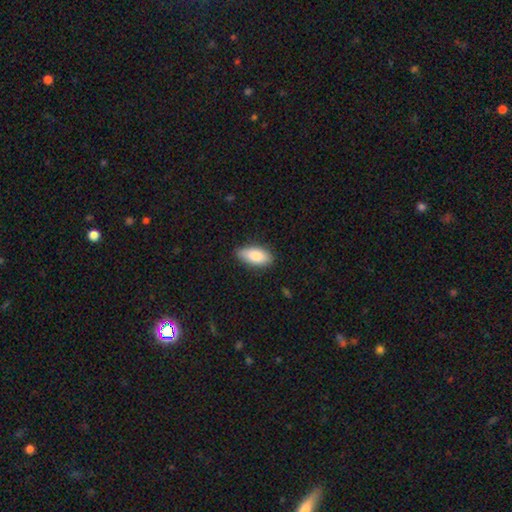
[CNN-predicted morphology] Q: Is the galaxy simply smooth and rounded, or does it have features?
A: smooth — 83%.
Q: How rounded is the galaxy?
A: in between — 89%.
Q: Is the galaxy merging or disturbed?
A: none — 83%.